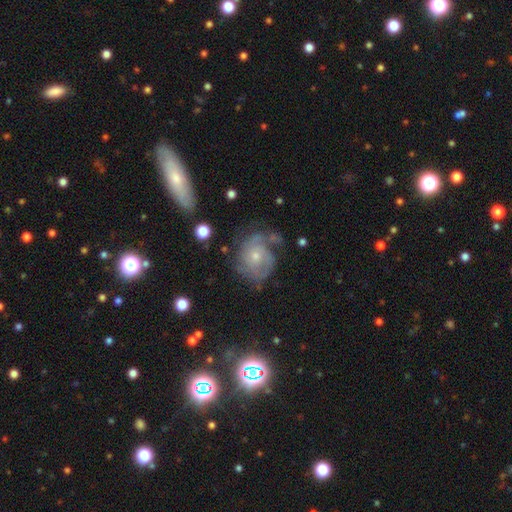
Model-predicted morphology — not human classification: This appears to be a featured or disk galaxy (74%) with no bar (77%), tight (50%) spiral arms (88%) and a small central bulge (61%). Merging: none (52%).